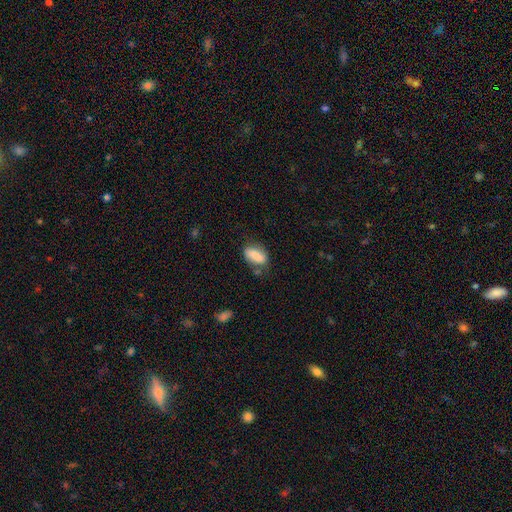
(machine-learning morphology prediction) Smooth or featured? Predicted: smooth (p=0.79). How rounded? Predicted: in between (p=0.80). Merging? Predicted: none (p=0.63).